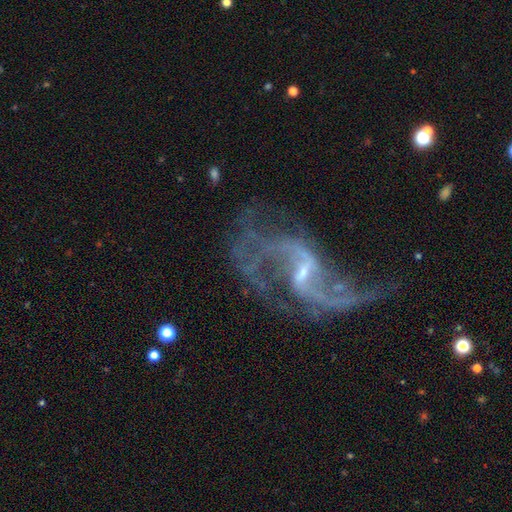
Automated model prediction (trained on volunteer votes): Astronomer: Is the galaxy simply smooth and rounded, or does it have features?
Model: featured or disk — 88%.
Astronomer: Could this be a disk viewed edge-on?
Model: no — 97%.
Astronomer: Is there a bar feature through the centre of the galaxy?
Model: weak — 54%.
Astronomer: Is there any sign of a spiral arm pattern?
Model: yes — 93%.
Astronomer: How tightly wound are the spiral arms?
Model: loose — 75%.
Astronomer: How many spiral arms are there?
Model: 2 — 77%.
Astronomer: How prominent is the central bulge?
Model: small — 69%.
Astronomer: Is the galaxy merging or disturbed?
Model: none — 42% (runner-up: major disturbance, 33%).